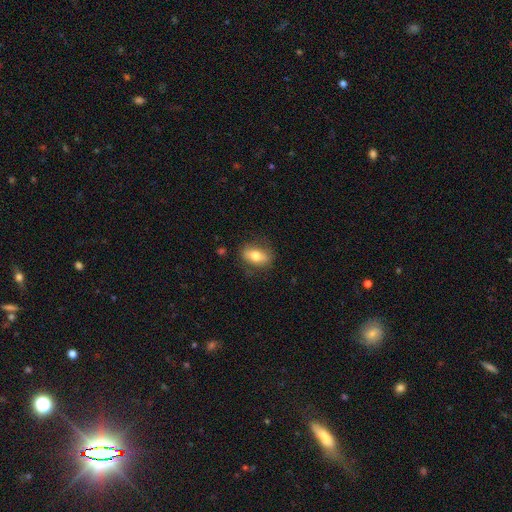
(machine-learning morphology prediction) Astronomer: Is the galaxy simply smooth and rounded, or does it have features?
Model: smooth — 65%.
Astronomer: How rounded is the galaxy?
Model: in between — 80%.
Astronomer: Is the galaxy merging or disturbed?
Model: none — 79%.